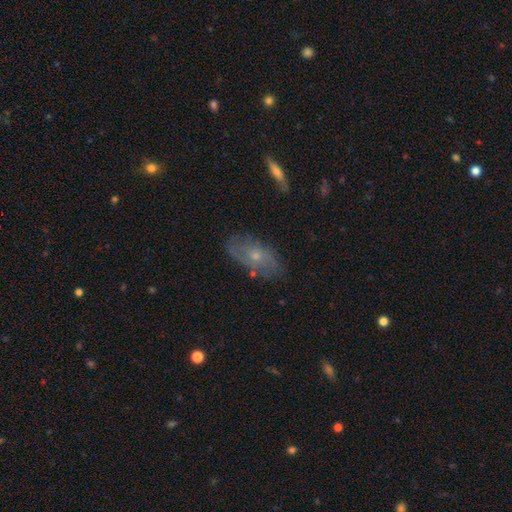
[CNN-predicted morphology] type=featured or disk (59%); edge-on=no (89%); bar=no (83%); spiral arms=yes (69%); bulge=small (65%); merging=none (74%).